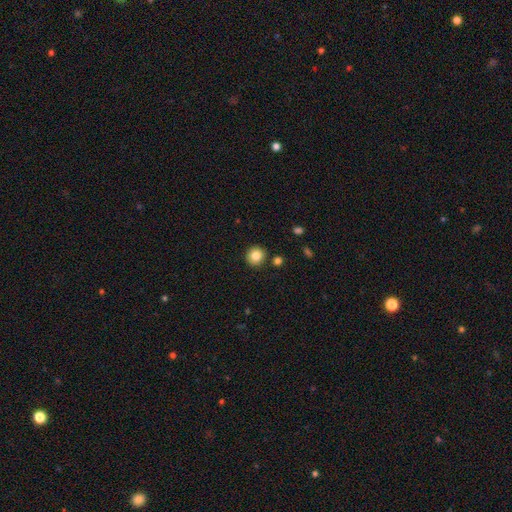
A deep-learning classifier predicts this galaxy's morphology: A smooth galaxy with no disk features (83%) that is round (91%). Merging: none (88%).